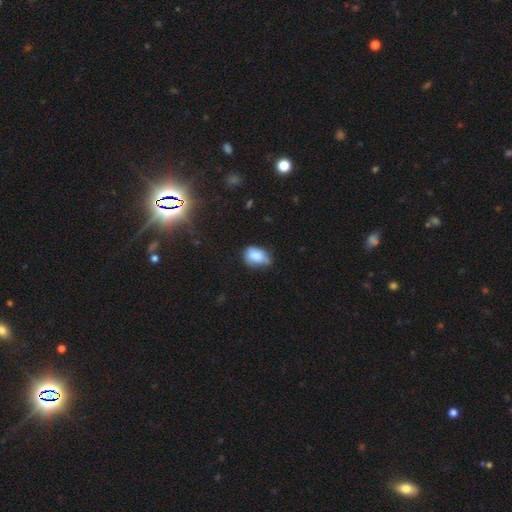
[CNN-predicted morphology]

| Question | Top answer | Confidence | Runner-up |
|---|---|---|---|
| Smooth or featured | smooth | 78% | featured or disk (13%) |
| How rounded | in between | 76% | round (23%) |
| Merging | minor disturbance | 42% | tied: none (42%) |